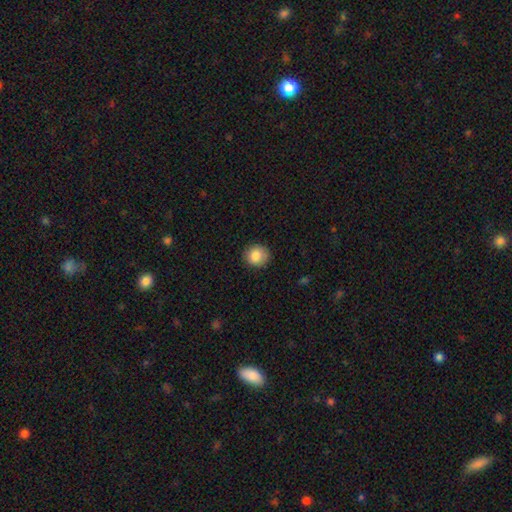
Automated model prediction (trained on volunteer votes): A smooth galaxy with no disk features (85%) that is round (86%).

Vote fractions:
- Smooth or featured? smooth: 85% / star or artifact: 8% / featured or disk: 7%
- How rounded? round: 86% / in between: 13% / cigar-shaped: 1%
- Merging? none: 88% / minor disturbance: 9% / major disturbance: 2% / merger: 1%